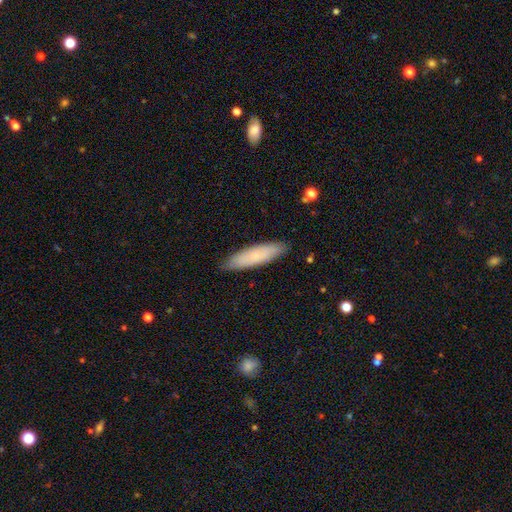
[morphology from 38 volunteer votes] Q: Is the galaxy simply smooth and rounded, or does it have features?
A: smooth — 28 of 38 (74%).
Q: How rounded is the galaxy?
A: cigar-shaped — 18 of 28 (64%).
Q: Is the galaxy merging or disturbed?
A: none — 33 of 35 (94%).